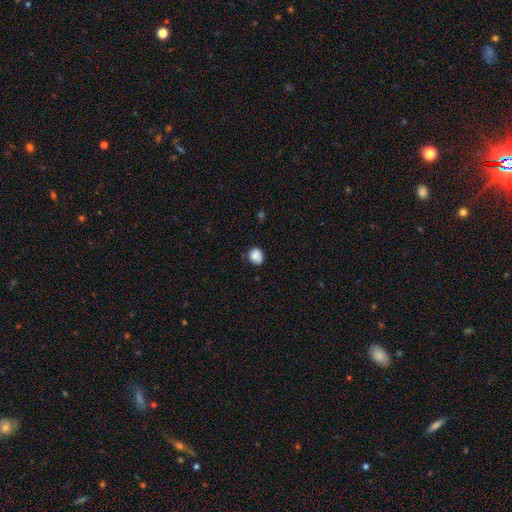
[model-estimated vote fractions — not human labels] Morphology: type=smooth (86%); roundness=round (63%); merging=none (76%).